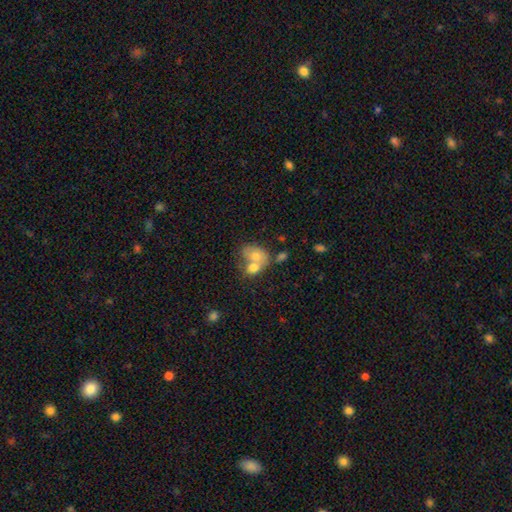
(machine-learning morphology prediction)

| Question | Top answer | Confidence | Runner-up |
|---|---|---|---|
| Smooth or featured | smooth | 67% | featured or disk (24%) |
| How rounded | in between | 65% | round (33%) |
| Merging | merger | 69% | none (18%) |